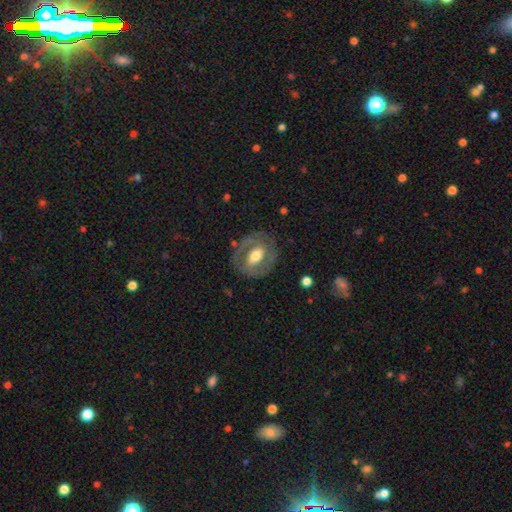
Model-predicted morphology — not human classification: type=featured or disk (57%); edge-on=no (93%); bar=no (40%); spiral arms=no (69%); bulge=moderate (66%); merging=none (75%).